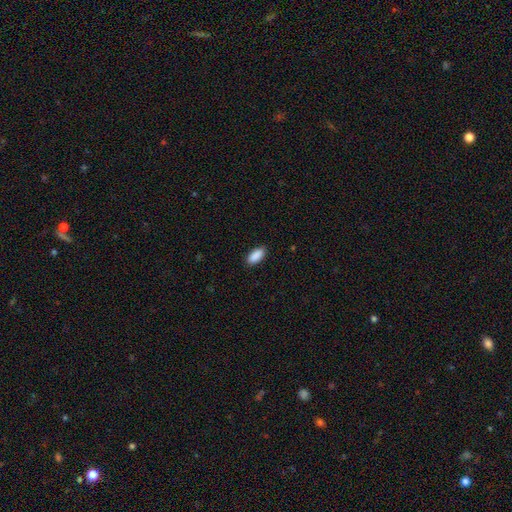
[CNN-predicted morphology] Overall: smooth (91%). How rounded: in between (92%). Merging: none (89%).